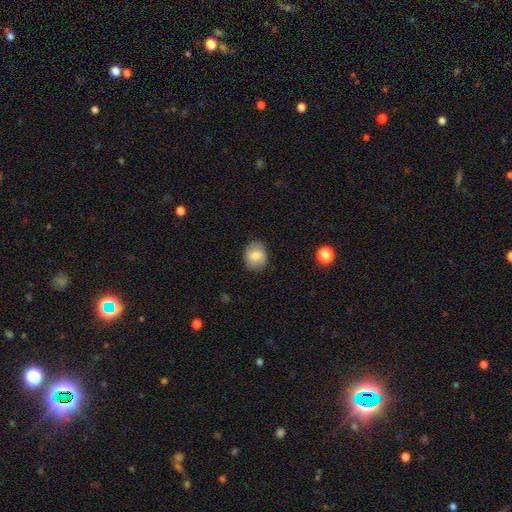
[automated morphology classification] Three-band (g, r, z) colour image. It shows a smooth galaxy with no disk features (76%) that is round (58%). Merging: none (80%).